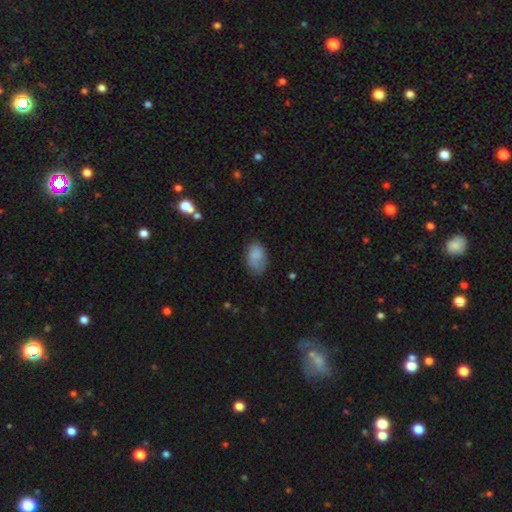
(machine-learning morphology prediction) type=smooth (81%); roundness=in between (88%); merging=none (58%).